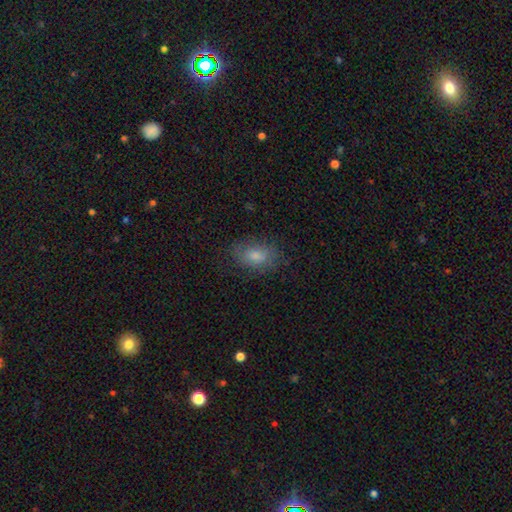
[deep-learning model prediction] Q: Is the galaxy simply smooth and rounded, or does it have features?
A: smooth — 68%.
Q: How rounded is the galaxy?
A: in between — 82%.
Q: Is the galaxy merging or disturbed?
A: none — 78%.